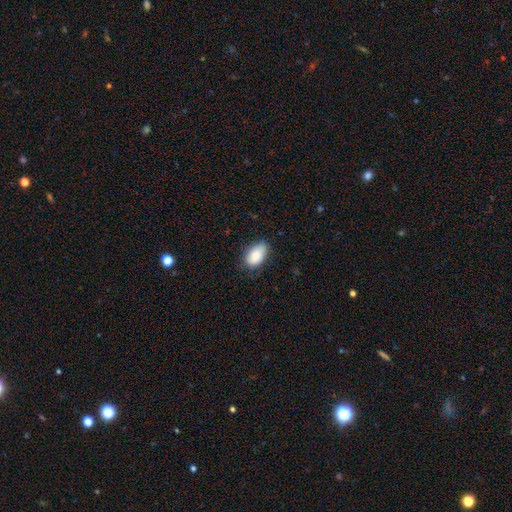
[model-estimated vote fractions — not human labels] Smooth or featured? smooth (87%)
How rounded? in between (93%)
Merging? none (72%)